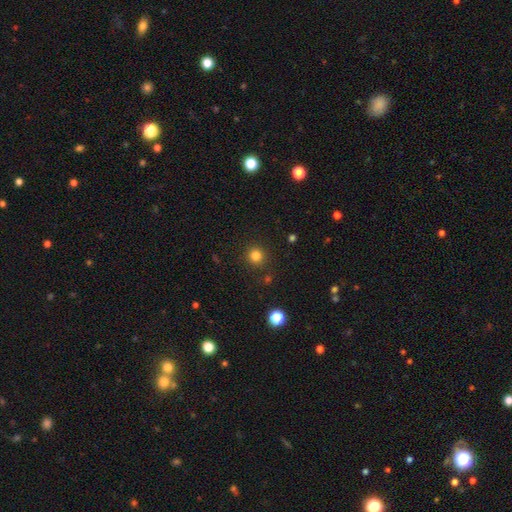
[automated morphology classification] The model was most divided on "smooth or featured": smooth: 81%, star or artifact: 14%, featured or disk: 5%. More confident: how rounded — round (93%); merging — none (89%).